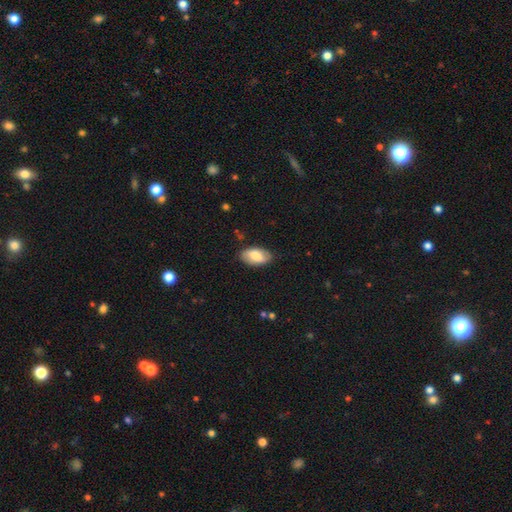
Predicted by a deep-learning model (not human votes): Smooth or featured? Predicted: smooth (p=0.70). How rounded? Predicted: in between (p=0.94). Merging? Predicted: none (p=0.82).